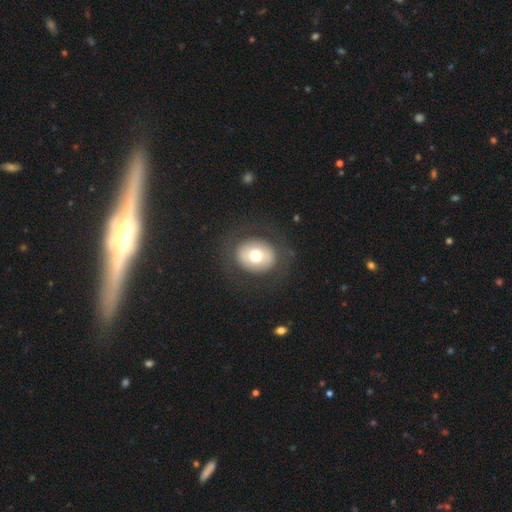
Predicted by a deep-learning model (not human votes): smooth-or-featured: smooth: 65% | featured or disk: 26% | star or artifact: 8%
  how-rounded: round: 65% | in between: 34% | cigar-shaped: 1%
  merging: none: 83% | minor disturbance: 9% | major disturbance: 7% | merger: 1%